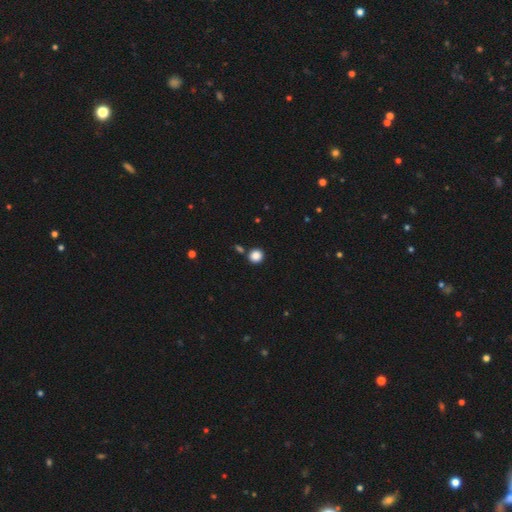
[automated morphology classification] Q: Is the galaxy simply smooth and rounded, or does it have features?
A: smooth — 86%.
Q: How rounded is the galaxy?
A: round — 90%.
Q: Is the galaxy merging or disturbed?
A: none — 84%.